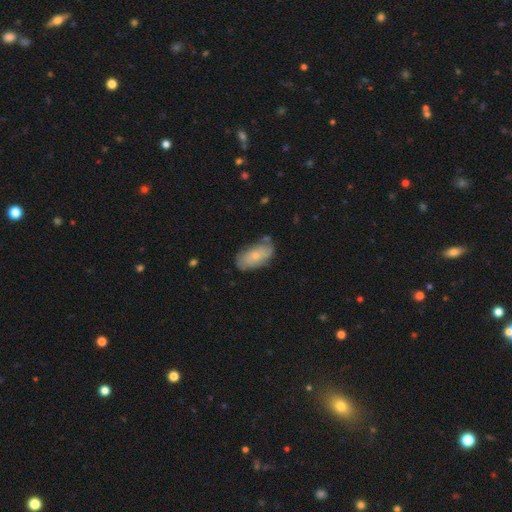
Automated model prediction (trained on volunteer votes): smooth 60%, featured or disk 34%, star or artifact 7%. Down the decision tree: how rounded — in between (92%); merging — none (66%).